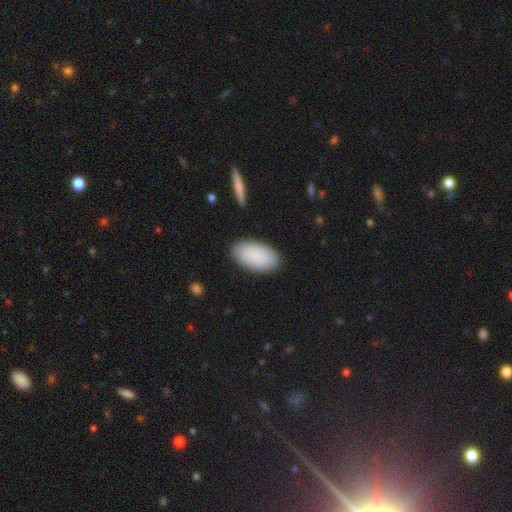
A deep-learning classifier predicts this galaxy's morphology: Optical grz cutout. It shows a smooth galaxy with no disk features (87%) that is in between round and cigar-shaped (95%). Merging: none (88%).